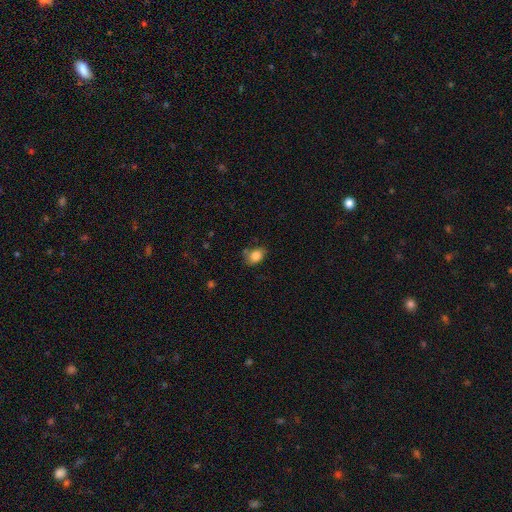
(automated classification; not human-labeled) smooth_or_featured: smooth (p=0.83) [alt: star or artifact p=0.09]
how_rounded: in between (p=0.78) [alt: round p=0.21]
merging: none (p=0.64) [alt: minor disturbance p=0.24]